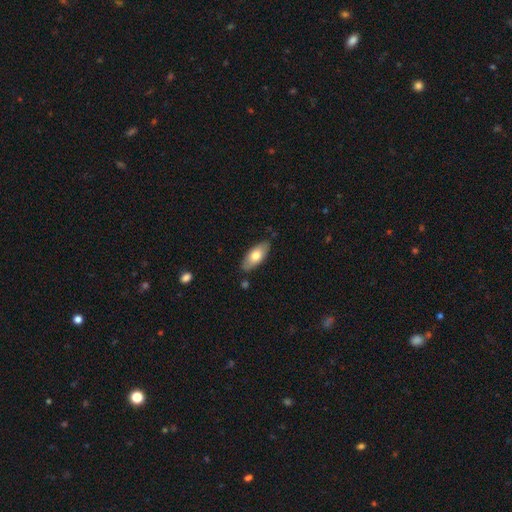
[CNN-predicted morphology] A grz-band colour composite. It shows a smooth galaxy with no disk features (71%) that is in between round and cigar-shaped (86%). Merging: none (83%).